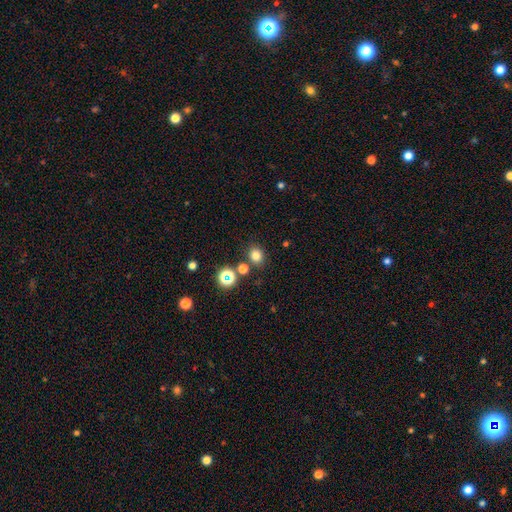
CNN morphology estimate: A smooth galaxy with no disk features (76%) that is round (66%). Merging: none (81%).